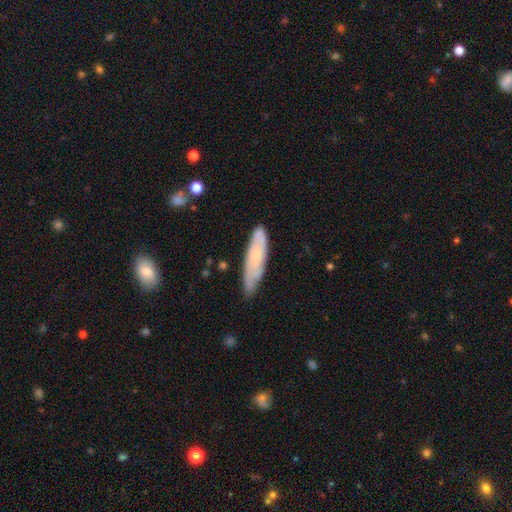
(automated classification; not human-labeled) This appears to be a featured or disk galaxy (47%). Merging: none (70%).